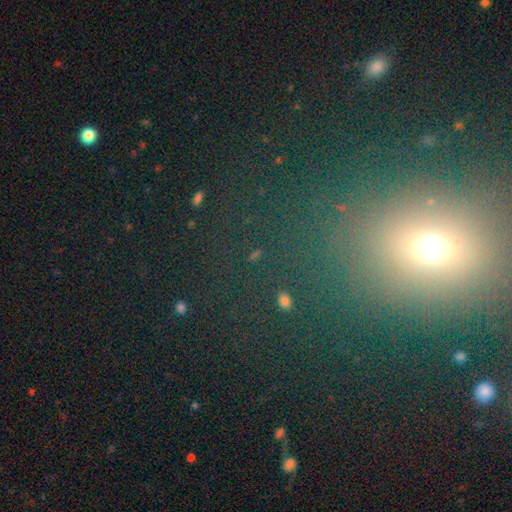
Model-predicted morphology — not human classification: Smooth or featured? Predicted: star or artifact (p=0.53).